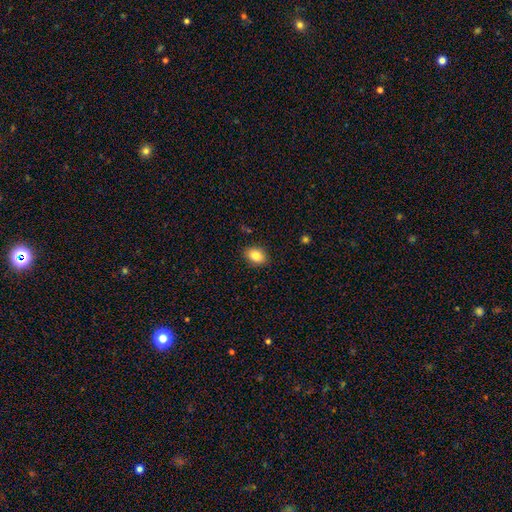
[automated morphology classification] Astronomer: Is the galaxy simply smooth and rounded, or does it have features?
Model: smooth — 85%.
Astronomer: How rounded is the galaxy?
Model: in between — 76%.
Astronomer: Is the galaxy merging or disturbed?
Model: none — 88%.